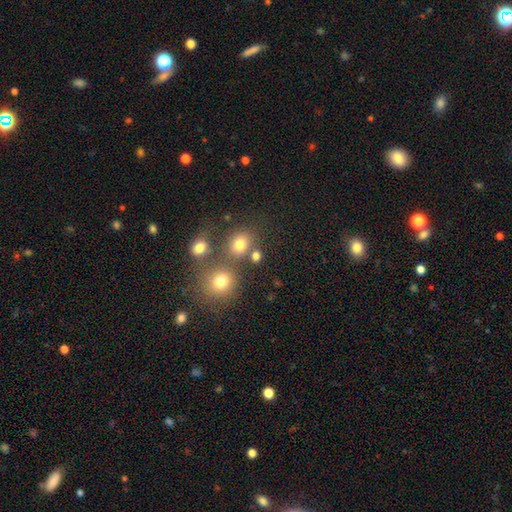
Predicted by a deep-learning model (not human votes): Overall: smooth (74%). How rounded: round (72%). Merging: none (67%).